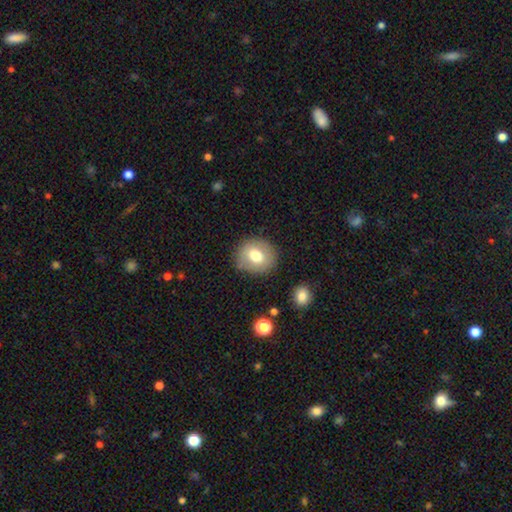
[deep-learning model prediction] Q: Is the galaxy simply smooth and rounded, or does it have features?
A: smooth — 72%.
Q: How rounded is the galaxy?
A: round — 77%.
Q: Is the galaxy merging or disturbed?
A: none — 83%.